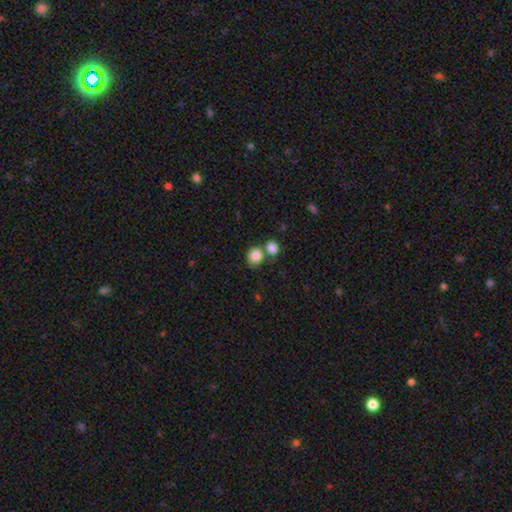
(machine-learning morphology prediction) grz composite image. It shows a smooth galaxy with no disk features (85%) that is round (71%). Merging: none (51%).